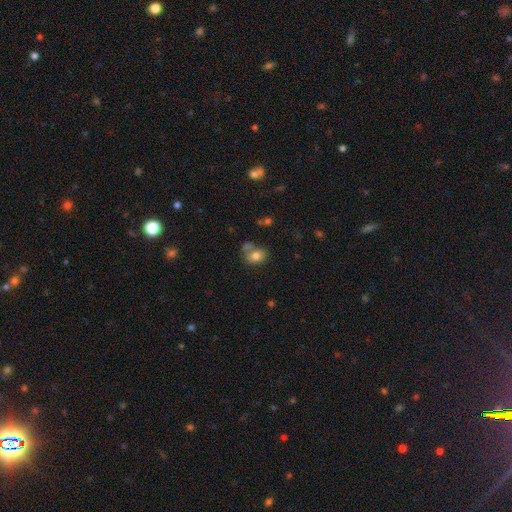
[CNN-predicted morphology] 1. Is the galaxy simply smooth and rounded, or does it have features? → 77% smooth, 12% featured or disk, 11% star or artifact.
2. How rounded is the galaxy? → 55% in between, 44% round, 1% cigar-shaped.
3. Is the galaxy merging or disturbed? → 48% none, 25% merger, 19% minor disturbance, 8% major disturbance.